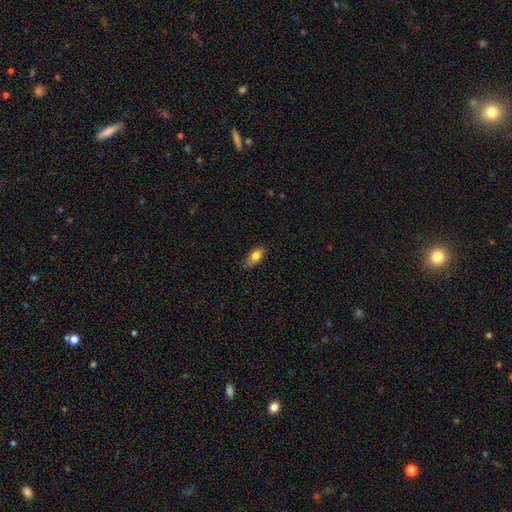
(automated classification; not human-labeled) smooth-or-featured: smooth: 79% | featured or disk: 13% | star or artifact: 8%
  how-rounded: in between: 83% | cigar-shaped: 9% | round: 8%
  merging: none: 61% | minor disturbance: 31% | major disturbance: 7% | merger: 2%